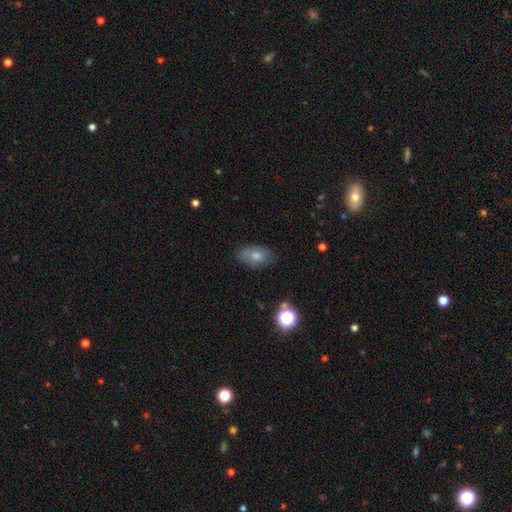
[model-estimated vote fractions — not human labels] Q: Smooth or featured?
A: smooth (75%); runner-up: featured or disk (15%)
Q: How rounded?
A: in between (88%); runner-up: round (10%)
Q: Merging?
A: none (69%); runner-up: minor disturbance (22%)